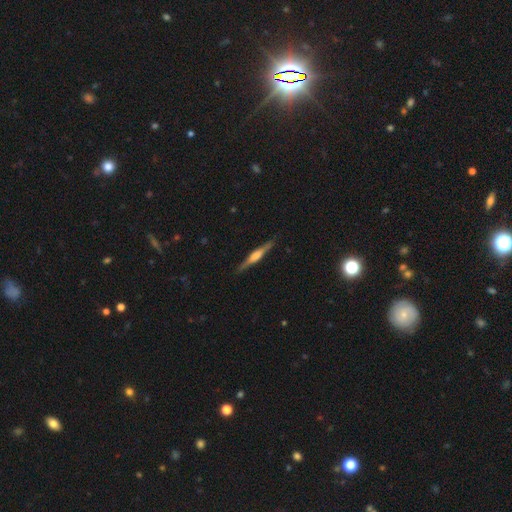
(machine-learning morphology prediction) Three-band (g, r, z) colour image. It shows a featured or disk galaxy (70%) viewed edge-on (97%) with a rounded central bulge (61%). Merging: none (89%).